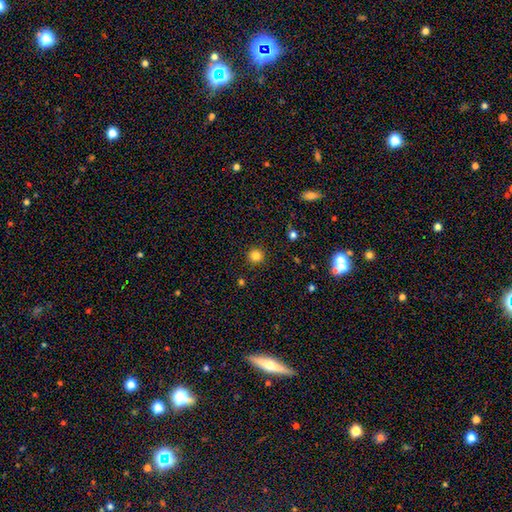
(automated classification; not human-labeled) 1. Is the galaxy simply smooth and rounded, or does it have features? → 82% smooth, 13% star or artifact, 5% featured or disk.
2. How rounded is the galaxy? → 95% round, 4% in between, 1% cigar-shaped.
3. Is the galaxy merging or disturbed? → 92% none, 5% minor disturbance, 2% major disturbance, 1% merger.